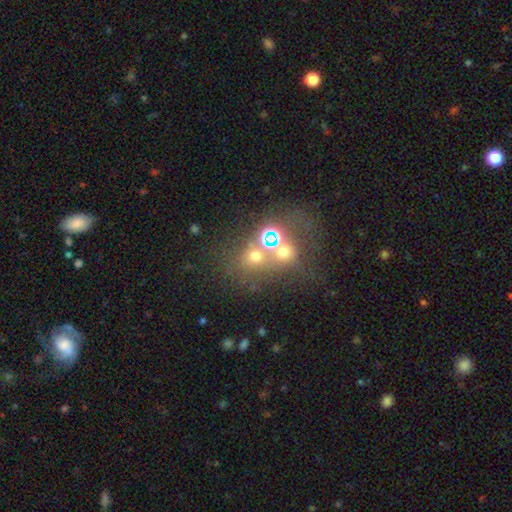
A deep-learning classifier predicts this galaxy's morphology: smooth-or-featured: smooth: 50% | star or artifact: 39% | featured or disk: 12%
  merging: none: 51% | merger: 32% | minor disturbance: 9% | major disturbance: 8%